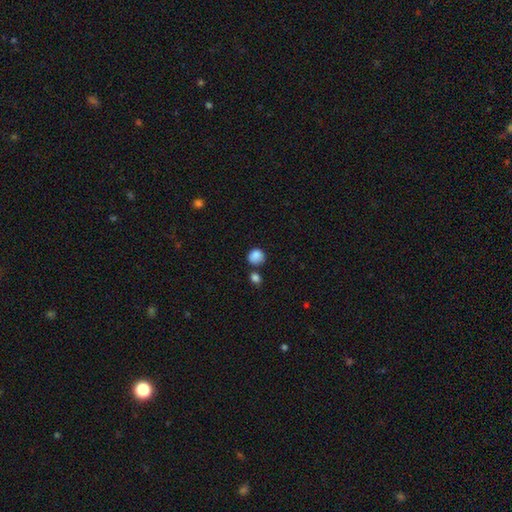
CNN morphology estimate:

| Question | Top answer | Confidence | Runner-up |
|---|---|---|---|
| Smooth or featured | smooth | 86% | star or artifact (9%) |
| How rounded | round | 81% | in between (18%) |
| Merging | none | 65% | minor disturbance (17%) |